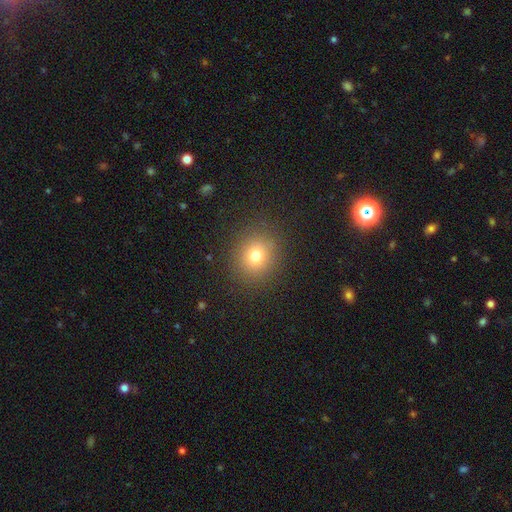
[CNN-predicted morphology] smooth_or_featured: smooth (p=0.75) [alt: star or artifact p=0.15]
how_rounded: round (p=0.80) [alt: in between p=0.19]
merging: none (p=0.88) [alt: minor disturbance p=0.07]